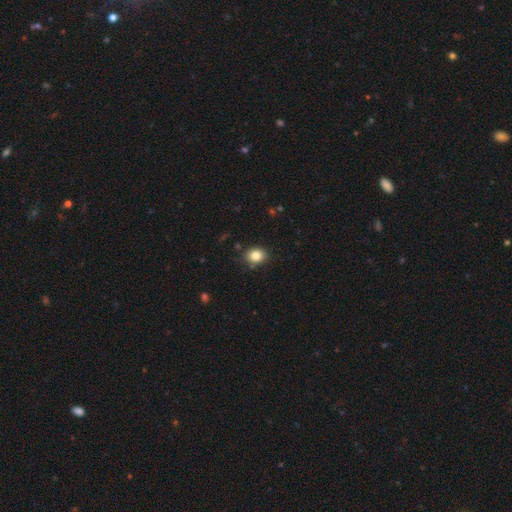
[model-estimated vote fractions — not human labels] This is clearly a smooth galaxy (83%). How rounded: possibly round (55%). Merging: clearly none (82%).